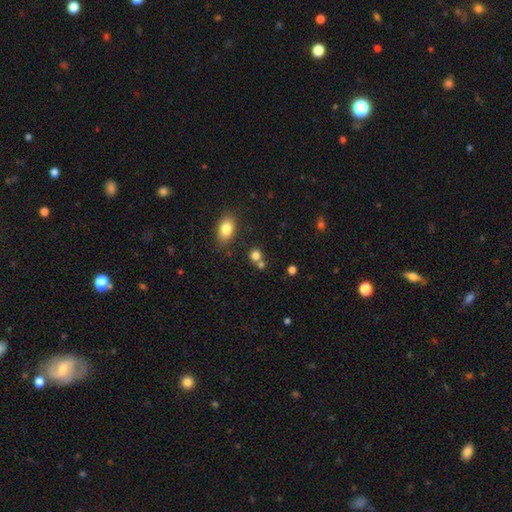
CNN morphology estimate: smooth-or-featured: smooth: 79% | star or artifact: 14% | featured or disk: 7%
  how-rounded: round: 79% | in between: 20% | cigar-shaped: 1%
  merging: none: 58% | merger: 30% | minor disturbance: 9% | major disturbance: 3%